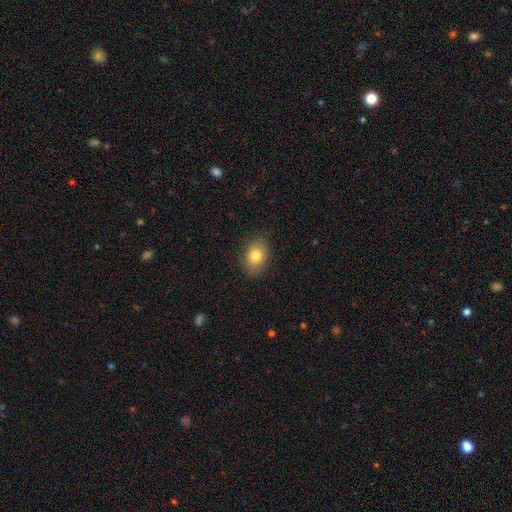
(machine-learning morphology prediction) This is clearly a smooth galaxy (81%). How rounded: likely in between (73%). Merging: clearly none (86%).